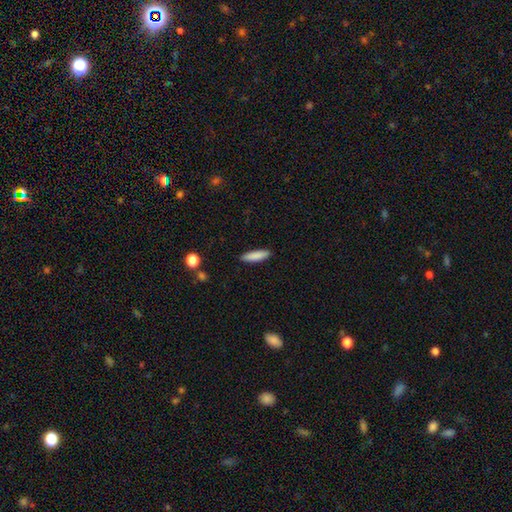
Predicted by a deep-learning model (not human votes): Q: Smooth or featured?
A: smooth (87%); runner-up: featured or disk (7%)
Q: How rounded?
A: cigar-shaped (71%); runner-up: in between (27%)
Q: Merging?
A: none (90%); runner-up: minor disturbance (7%)